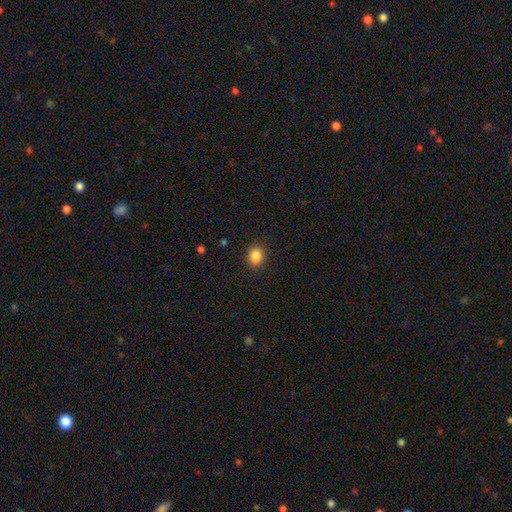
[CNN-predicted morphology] Smooth or featured: smooth — 86% (star or artifact — 10%)
How rounded: in between — 53% (round — 46%)
Merging: none — 88% (minor disturbance — 9%)